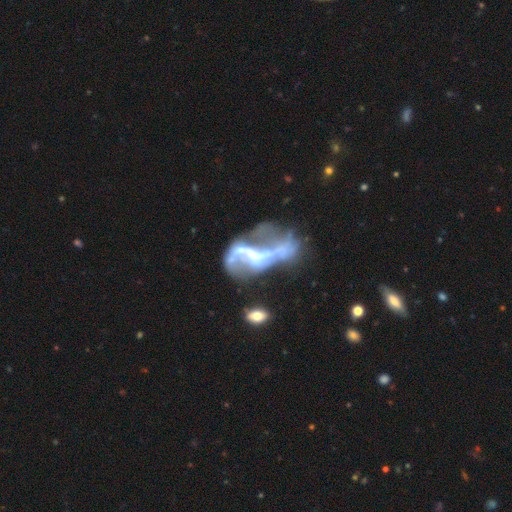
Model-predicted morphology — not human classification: Smooth or featured: featured or disk — 80% (star or artifact — 10%)
Edge-on disk: no — 95% (yes — 5%)
Bar: no — 39% (weak — 34%)
Spiral arms: yes — 66% (no — 34%)
Spiral winding: loose — 78% (medium — 17%)
Spiral arm count: 2 — 74% (can't tell — 12%)
Bulge size: small — 37% (moderate — 32%)
Merging: major disturbance — 36% (merger — 29%)